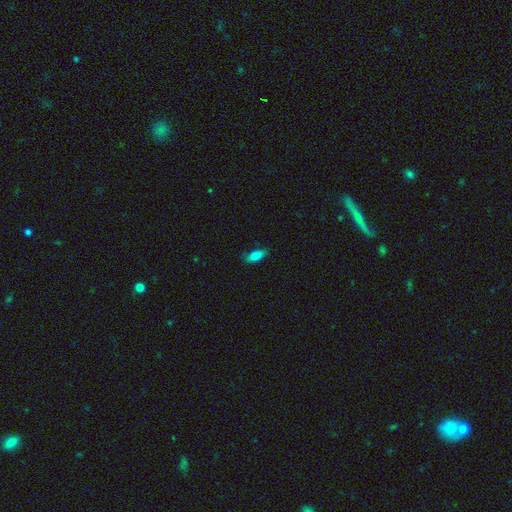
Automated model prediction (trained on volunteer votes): Q: Smooth or featured?
A: smooth (81%); runner-up: featured or disk (11%)
Q: How rounded?
A: in between (79%); runner-up: cigar-shaped (18%)
Q: Merging?
A: none (79%); runner-up: minor disturbance (17%)